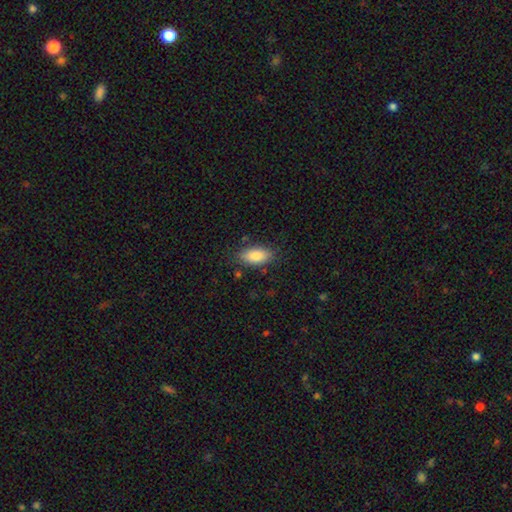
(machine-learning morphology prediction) Smooth or featured?
  - smooth: 83% *
  - featured or disk: 9%
  - star or artifact: 7%
How rounded?
  - in between: 90% *
  - cigar-shaped: 6%
  - round: 4%
Merging?
  - none: 80% *
  - minor disturbance: 14%
  - major disturbance: 4%
  - merger: 2%